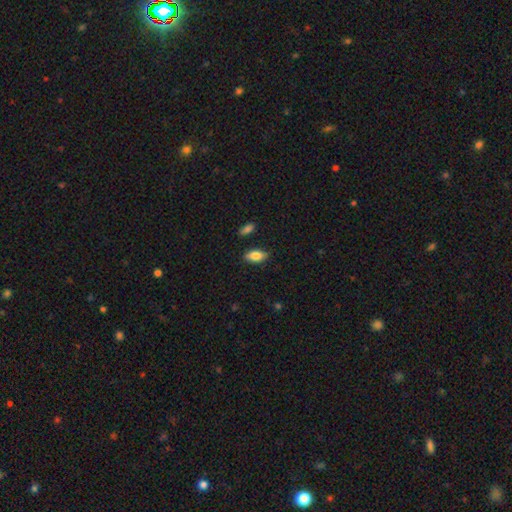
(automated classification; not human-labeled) smooth_or_featured: smooth (p=0.80) [alt: featured or disk p=0.13]
how_rounded: in between (p=0.87) [alt: cigar-shaped p=0.09]
merging: none (p=0.83) [alt: minor disturbance p=0.12]